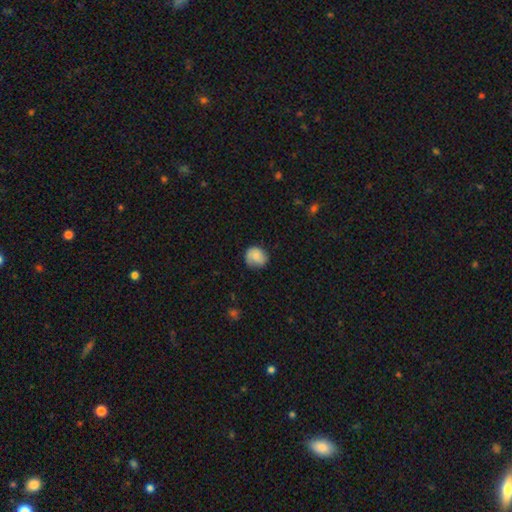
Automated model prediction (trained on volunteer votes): This appears to be a smooth galaxy with no disk features (72%) that is round (75%). Merging: none (68%).